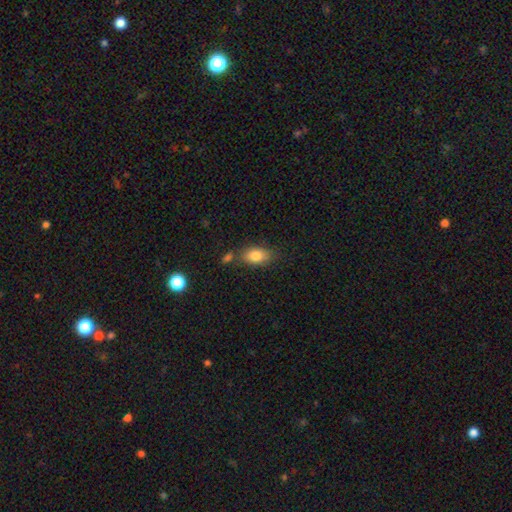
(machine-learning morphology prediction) smooth-or-featured: smooth: 82% | featured or disk: 10% | star or artifact: 8%
  how-rounded: in between: 87% | round: 10% | cigar-shaped: 3%
  merging: none: 69% | minor disturbance: 15% | merger: 11% | major disturbance: 4%